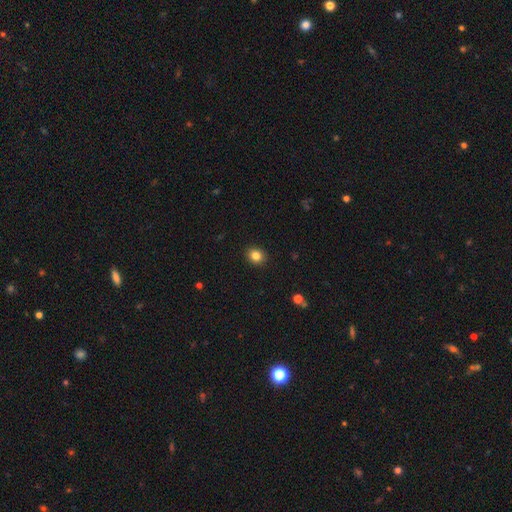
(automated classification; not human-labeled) A smooth galaxy with no disk features (84%) that is round (67%). Merging: none (91%).